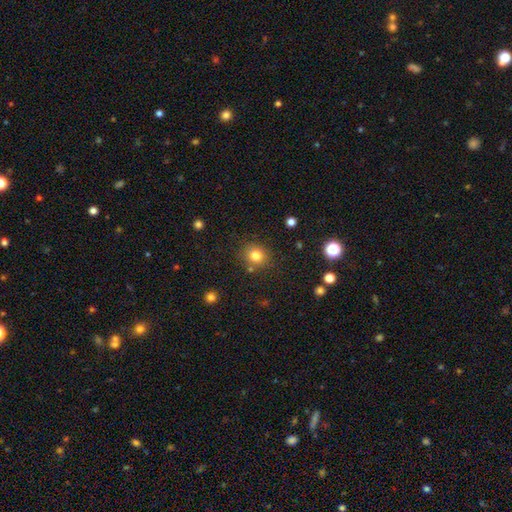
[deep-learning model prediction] Q: Smooth or featured?
A: smooth (80%); runner-up: star or artifact (13%)
Q: How rounded?
A: round (83%); runner-up: in between (16%)
Q: Merging?
A: none (81%); runner-up: minor disturbance (10%)